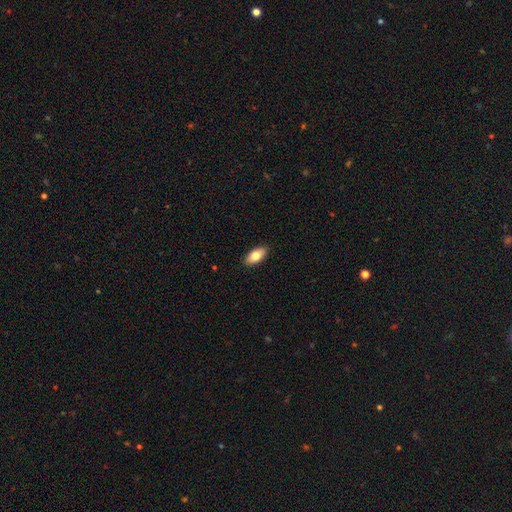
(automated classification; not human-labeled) A smooth galaxy with no disk features (79%) that is in between round and cigar-shaped (91%). Merging: none (90%).